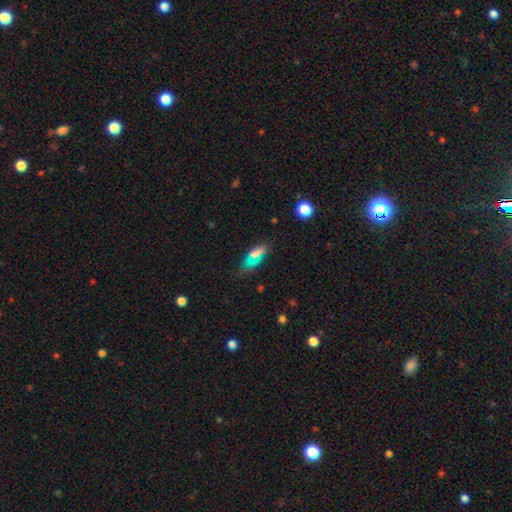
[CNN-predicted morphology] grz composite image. It shows a smooth galaxy with no disk features (64%) that is in between round and cigar-shaped (68%). Merging: none (74%).